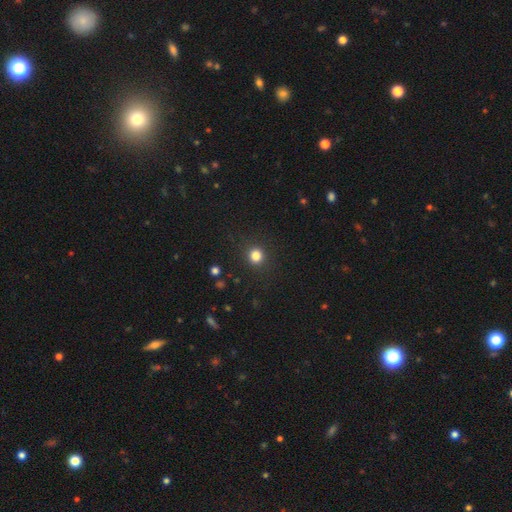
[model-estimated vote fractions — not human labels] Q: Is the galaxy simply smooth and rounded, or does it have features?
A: smooth — 82%.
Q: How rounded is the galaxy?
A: round — 89%.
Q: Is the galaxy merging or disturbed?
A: none — 90%.